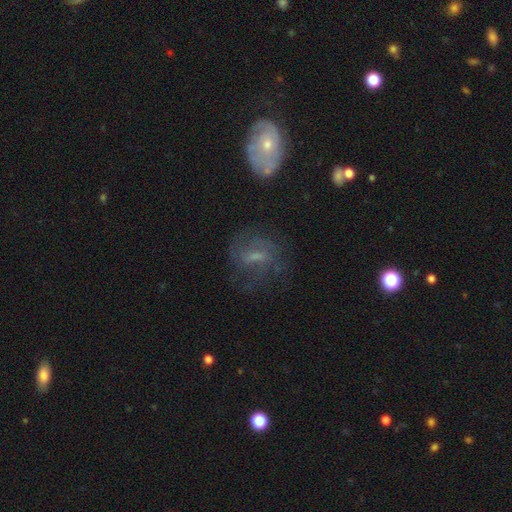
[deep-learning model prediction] Q: Smooth or featured?
A: featured or disk (52%); runner-up: smooth (33%)
Q: Edge-on disk?
A: no (92%); runner-up: yes (8%)
Q: Merging?
A: none (61%); runner-up: minor disturbance (19%)